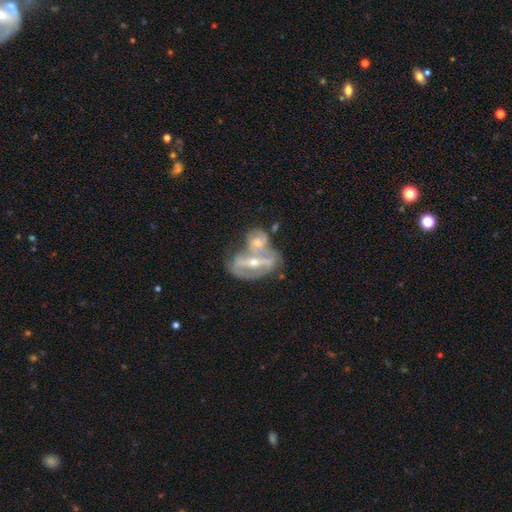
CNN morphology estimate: type=featured or disk (77%); edge-on=no (89%); bar=strong (47%); spiral arms=yes (65%); bulge=moderate (60%); merging=merger (57%).